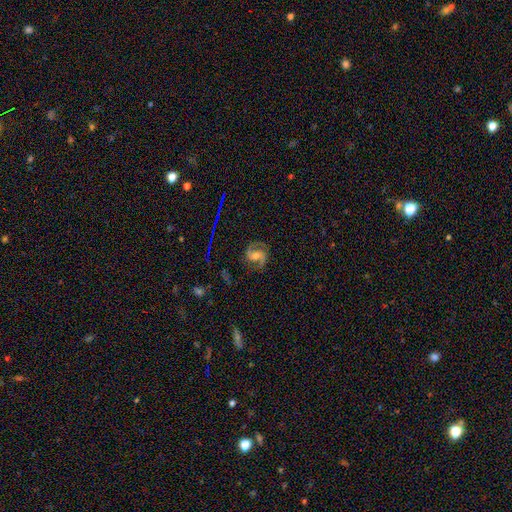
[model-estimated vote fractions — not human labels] Morphology: type=featured or disk (85%); edge-on=no (98%); bar=weak (45%); spiral arms=yes (97%); winding=medium (59%); arm count=2 (93%); bulge=moderate (59%); merging=none (79%).